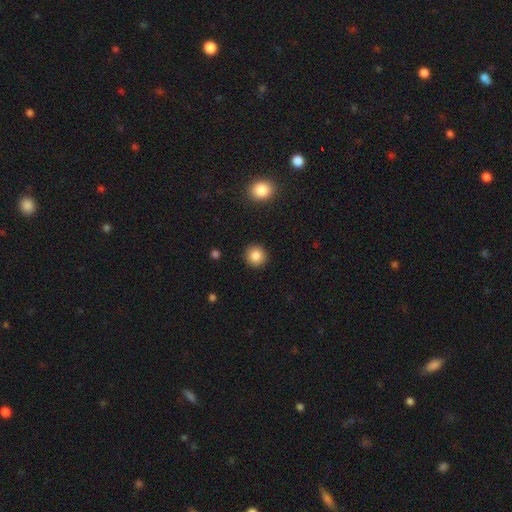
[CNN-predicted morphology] This is clearly a smooth galaxy (86%). How rounded: clearly round (93%). Merging: clearly none (92%).